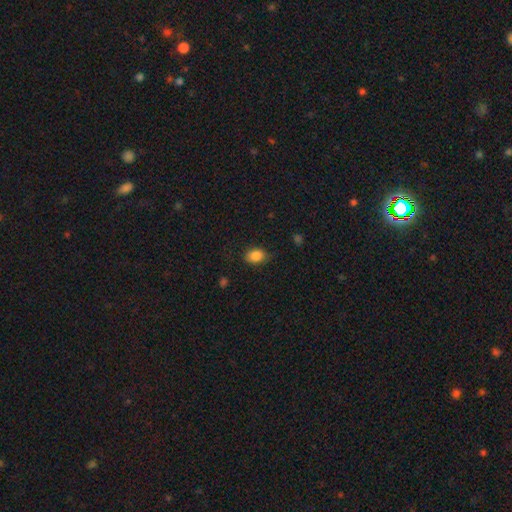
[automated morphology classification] Smooth or featured? smooth (86%)
How rounded? in between (72%)
Merging? none (80%)